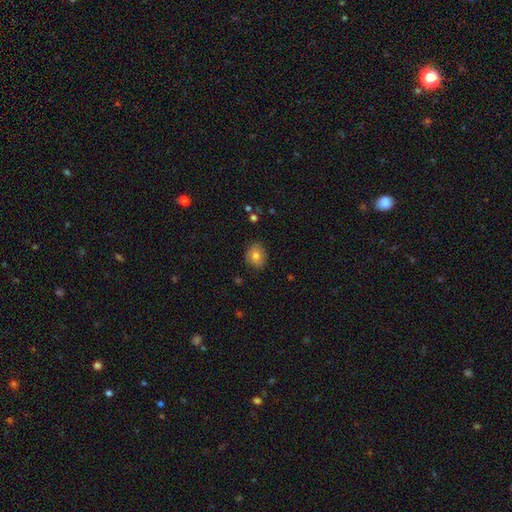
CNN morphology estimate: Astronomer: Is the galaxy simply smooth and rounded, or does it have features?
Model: smooth — 77%.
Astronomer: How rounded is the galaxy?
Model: round — 65%.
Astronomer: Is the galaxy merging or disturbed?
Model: none — 83%.